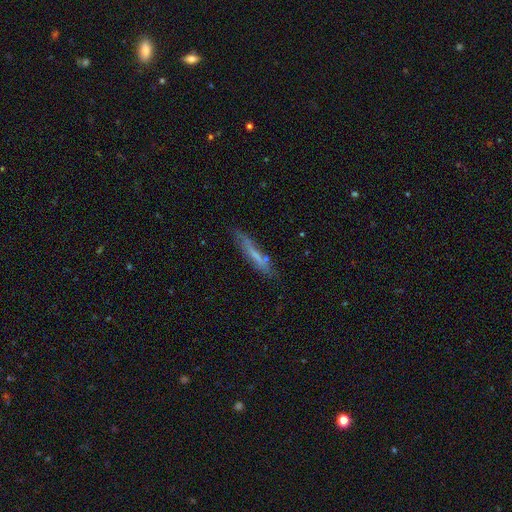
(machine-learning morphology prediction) smooth-or-featured: smooth: 52% | featured or disk: 40% | star or artifact: 8%
  how-rounded: cigar-shaped: 91% | in between: 8% | round: 2%
  merging: none: 73% | minor disturbance: 18% | major disturbance: 5% | merger: 3%